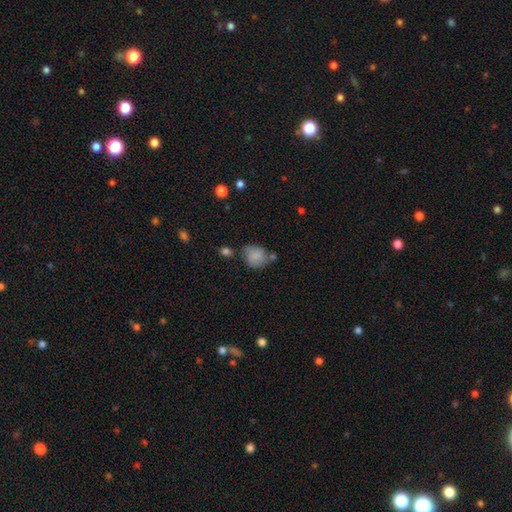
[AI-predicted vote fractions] The model was most divided on "how rounded": round: 57%, in between: 42%, cigar-shaped: 1%. More confident: smooth or featured — smooth (80%); merging — none (51%).